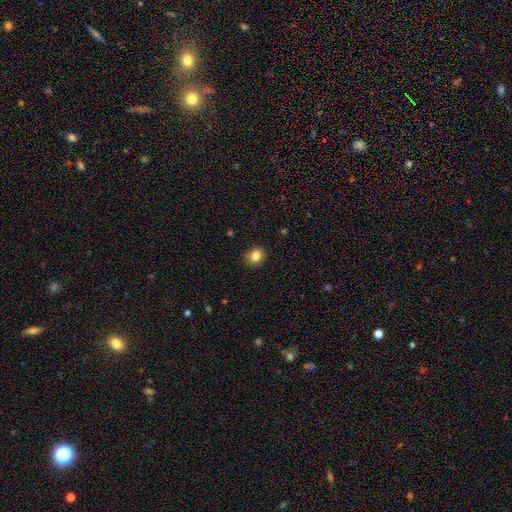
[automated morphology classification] Smooth or featured?
  - smooth: 84% *
  - star or artifact: 10%
  - featured or disk: 6%
How rounded?
  - round: 73% *
  - in between: 26%
  - cigar-shaped: 1%
Merging?
  - none: 88% *
  - minor disturbance: 9%
  - major disturbance: 2%
  - merger: 1%